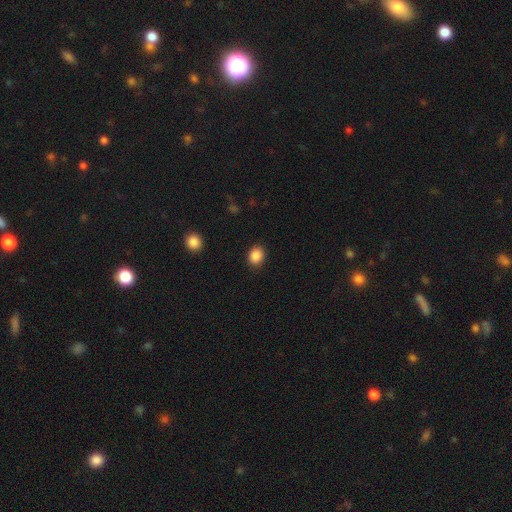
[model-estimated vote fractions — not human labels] This is clearly a smooth galaxy (88%). How rounded: possibly round (59%). Merging: clearly none (88%).